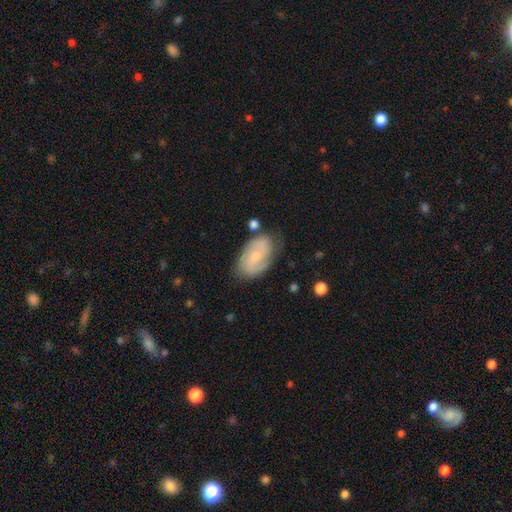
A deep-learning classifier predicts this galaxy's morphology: smooth_or_featured: featured or disk (p=0.52) [alt: smooth p=0.40]
disk_edge_on: no (p=0.96) [alt: yes p=0.04]
merging: none (p=0.69) [alt: minor disturbance p=0.22]